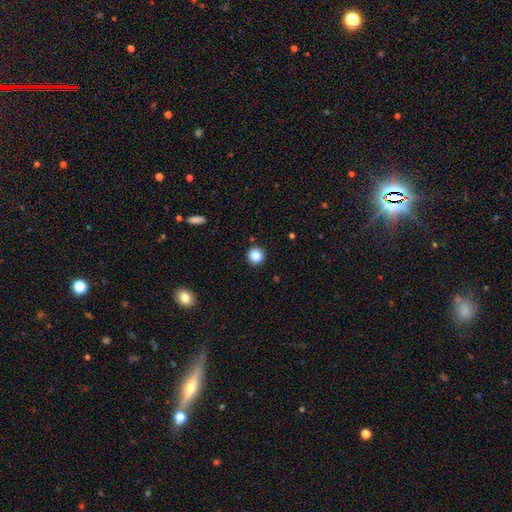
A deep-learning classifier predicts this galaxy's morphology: smooth_or_featured: smooth (p=0.86) [alt: star or artifact p=0.11]
how_rounded: round (p=0.92) [alt: in between p=0.07]
merging: none (p=0.91) [alt: minor disturbance p=0.06]